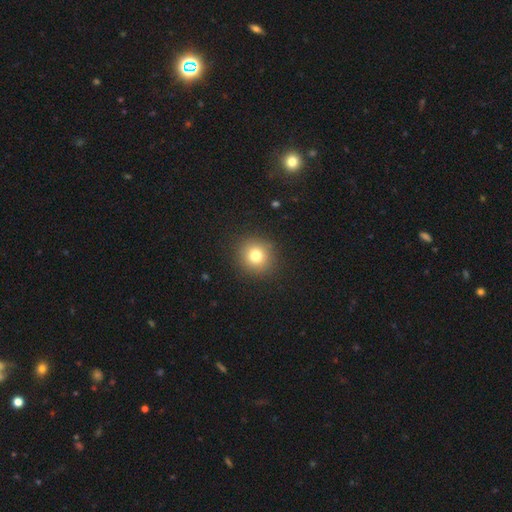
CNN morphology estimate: This appears to be a smooth galaxy with no disk features (78%) that is round (91%). Merging: none (90%).